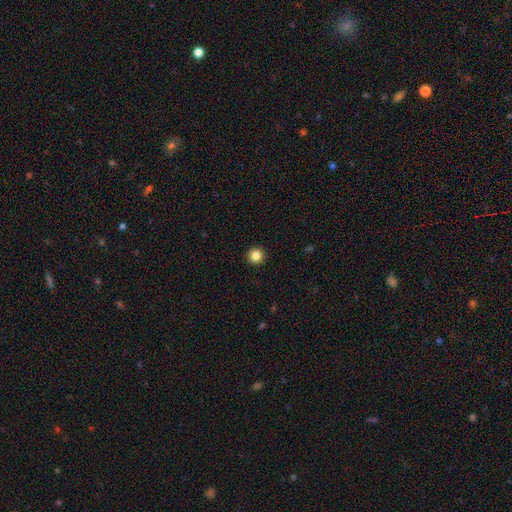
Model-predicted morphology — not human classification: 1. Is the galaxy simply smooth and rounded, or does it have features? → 85% smooth, 11% star or artifact, 4% featured or disk.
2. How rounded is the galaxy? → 96% round, 3% in between, 1% cigar-shaped.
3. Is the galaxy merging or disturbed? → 94% none, 4% minor disturbance, 1% major disturbance, 1% merger.